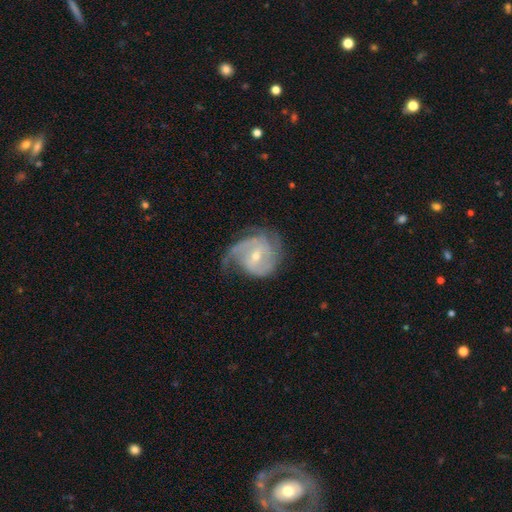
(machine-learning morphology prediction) This appears to be a featured or disk galaxy (83%) with a weak bar (51%), 2 (43%) medium (43%) spiral arms (94%) and a small central bulge (57%). Merging: none (51%).